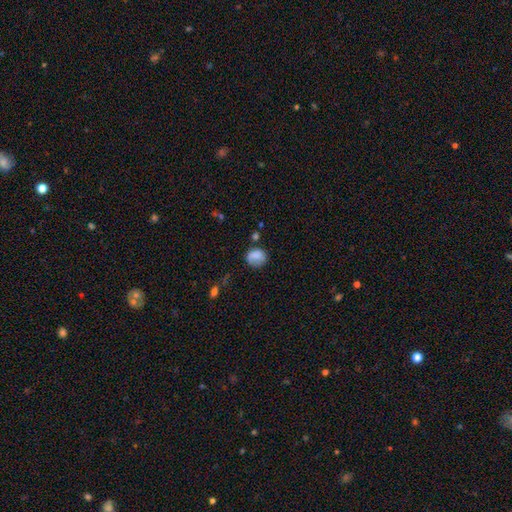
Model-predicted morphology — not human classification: This appears to be a smooth galaxy with no disk features (78%) that is round (70%). Merging: none (61%).